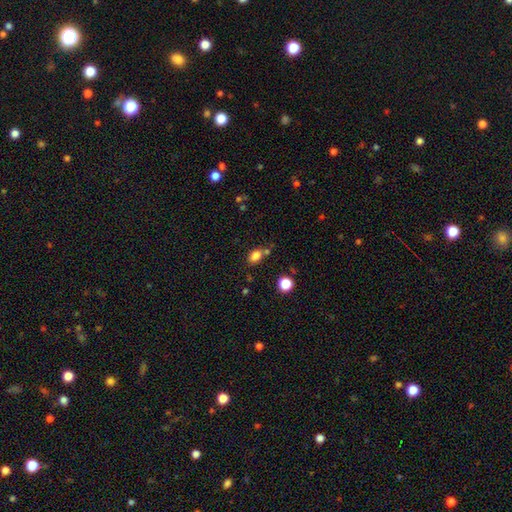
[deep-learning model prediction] smooth-or-featured: smooth: 82% | star or artifact: 12% | featured or disk: 5%
  how-rounded: in between: 71% | round: 27% | cigar-shaped: 1%
  merging: none: 64% | minor disturbance: 16% | merger: 15% | major disturbance: 5%